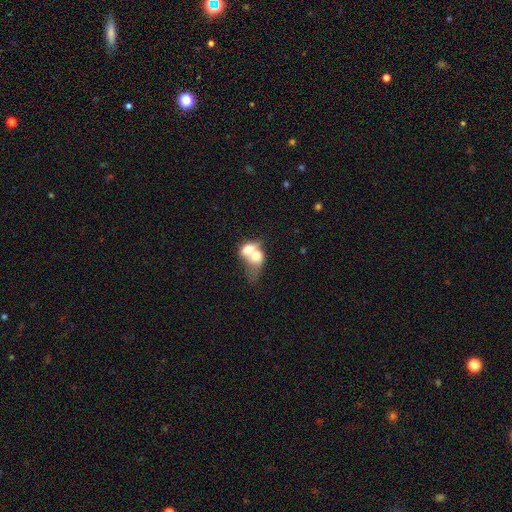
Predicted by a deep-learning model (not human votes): Overall: smooth (62%; featured or disk 29%). How rounded: in between (62%; round 35%). Merging: merger (79%).